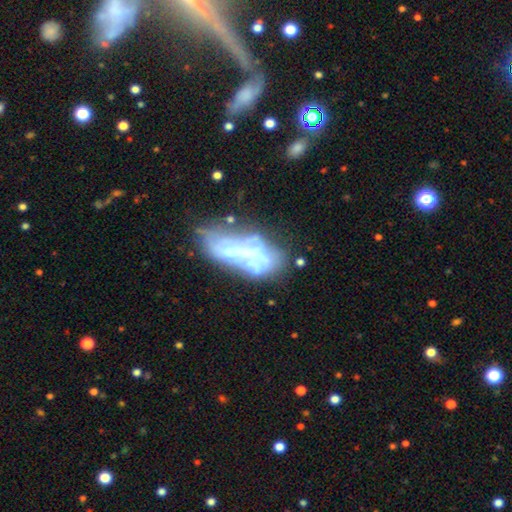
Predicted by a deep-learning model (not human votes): A featured or disk galaxy (62%) with no bar (75%), no spiral arms (86%) and no central bulge (46%).

Vote fractions:
- Smooth or featured? featured or disk: 62% / smooth: 26% / star or artifact: 13%
- Edge-on disk? no: 92% / yes: 8%
- Bar? no: 75% / weak: 14% / strong: 11%
- Spiral arms? no: 86% / yes: 14%
- Bulge size? none: 46% / moderate: 24% / small: 22% / large: 6% / dominant: 2%
- Merging? major disturbance: 29% / none: 28% / merger: 26% / minor disturbance: 17%